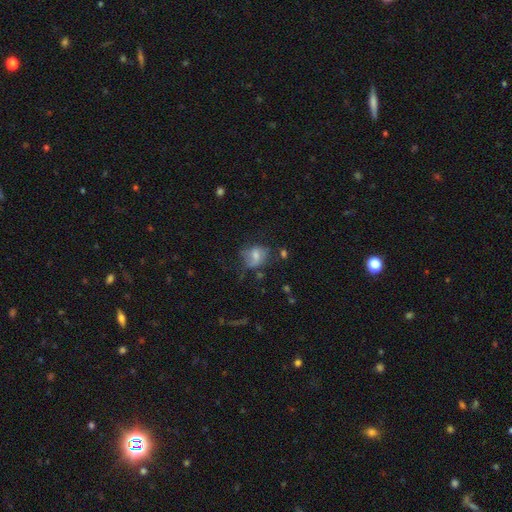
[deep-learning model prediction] smooth 57%, featured or disk 31%, star or artifact 11%. Down the decision tree: how rounded — in between (52%); merging — none (44%).